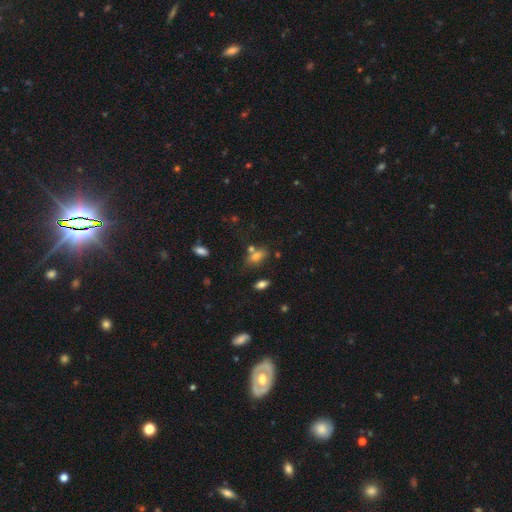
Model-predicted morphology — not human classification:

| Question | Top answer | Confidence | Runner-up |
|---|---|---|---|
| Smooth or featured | smooth | 71% | featured or disk (15%) |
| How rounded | in between | 80% | round (11%) |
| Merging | none | 56% | merger (23%) |